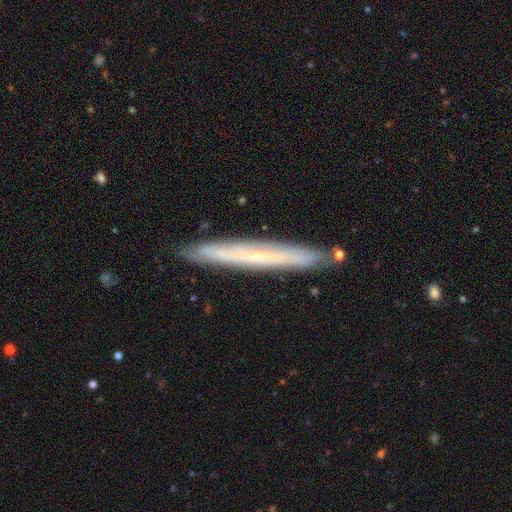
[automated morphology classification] smooth-or-featured: featured or disk: 57% | smooth: 36% | star or artifact: 7%
  disk-edge-on: yes: 90% | no: 10%
    edge-on-bulge: none: 75% | rounded: 22% | boxy: 3%
  merging: none: 88% | minor disturbance: 9% | merger: 2% | major disturbance: 1%